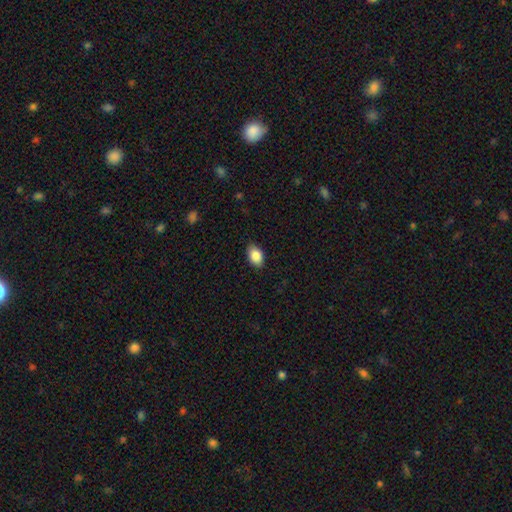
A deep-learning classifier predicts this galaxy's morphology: This appears to be a smooth galaxy with no disk features (87%) that is in between round and cigar-shaped (87%). Merging: none (86%).